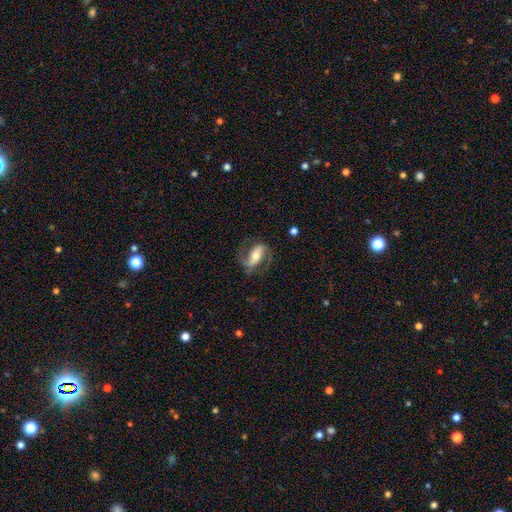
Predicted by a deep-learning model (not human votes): Smooth or featured: featured or disk — 77% (smooth — 17%)
Edge-on disk: no — 93% (yes — 7%)
Bar: strong — 51% (weak — 26%)
Spiral arms: yes — 92% (no — 8%)
Spiral winding: medium — 45% (loose — 37%)
Spiral arm count: 2 — 88% (1 — 5%)
Bulge size: moderate — 59% (small — 29%)
Merging: none — 72% (minor disturbance — 15%)